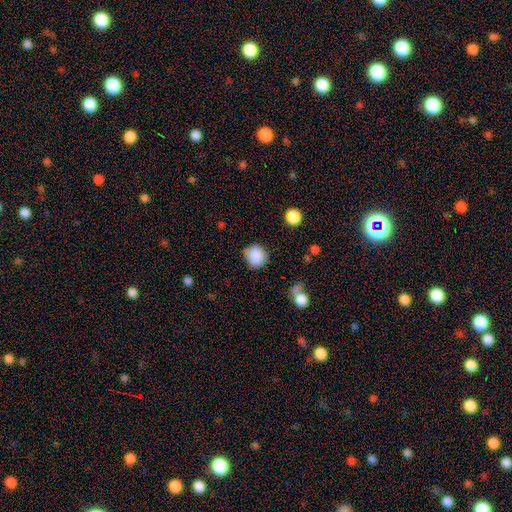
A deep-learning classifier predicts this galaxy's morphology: Smooth or featured? smooth (87%)
How rounded? round (88%)
Merging? none (77%)